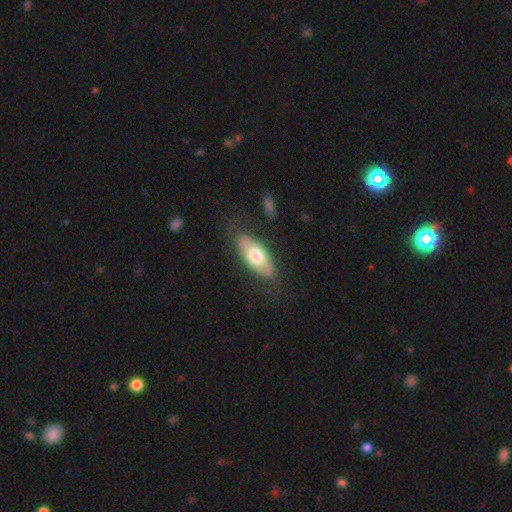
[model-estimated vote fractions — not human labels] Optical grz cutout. It shows a smooth galaxy with no disk features (63%) that is in between round and cigar-shaped (87%). Merging: none (76%).